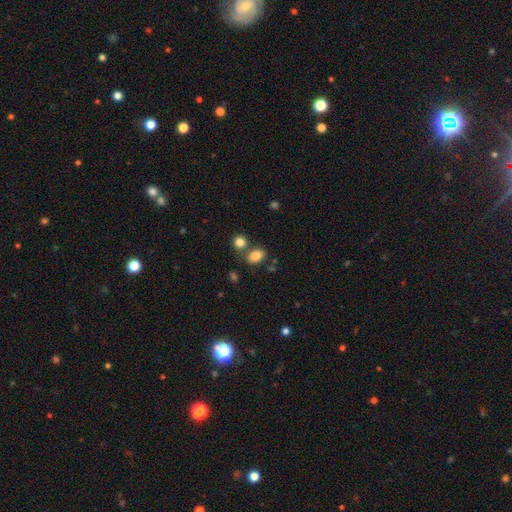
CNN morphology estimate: smooth 83%, star or artifact 10%, featured or disk 7%. Down the decision tree: how rounded — in between (69%); merging — none (64%).